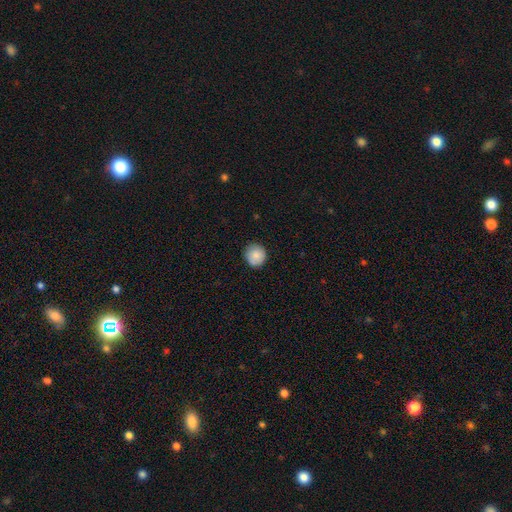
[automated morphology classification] A smooth galaxy with no disk features (84%) that is round (89%). Merging: none (85%).